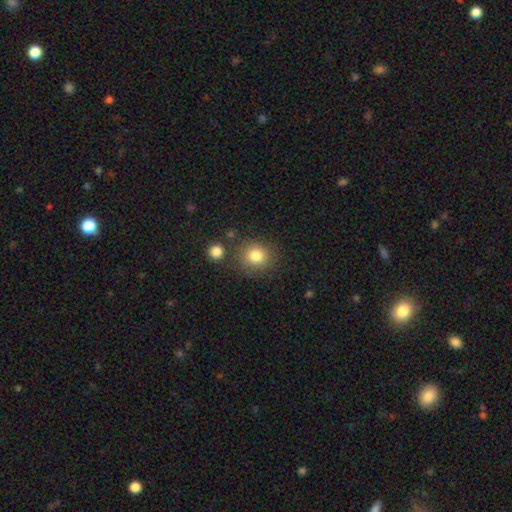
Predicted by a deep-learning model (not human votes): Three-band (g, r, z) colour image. It shows a smooth galaxy with no disk features (81%) that is round (85%). Merging: none (79%).